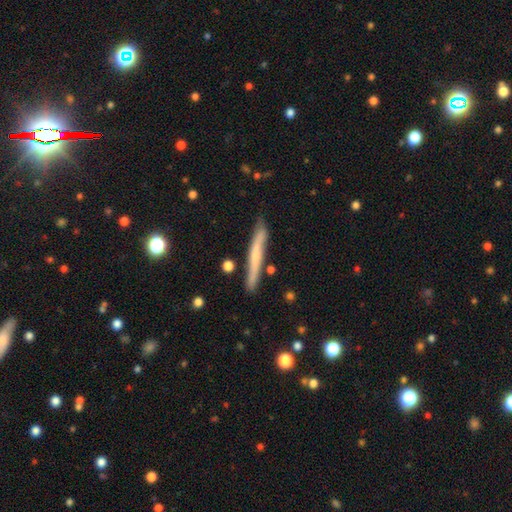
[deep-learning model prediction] A featured or disk galaxy (52%) viewed edge-on (91%).

Vote fractions:
- Smooth or featured? featured or disk: 52% / smooth: 42% / star or artifact: 6%
- Edge-on disk? yes: 91% / no: 9%
- Merging? none: 80% / minor disturbance: 14% / merger: 3% / major disturbance: 2%